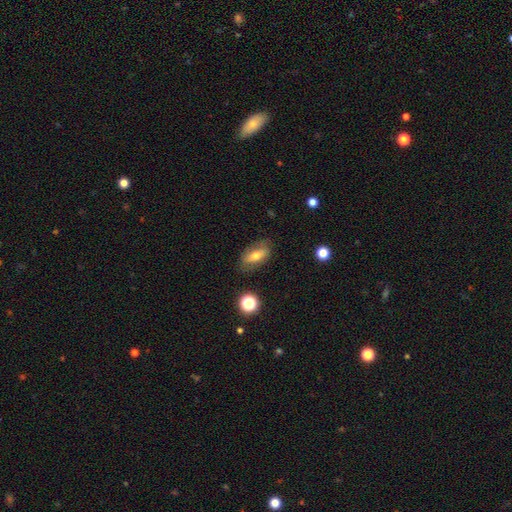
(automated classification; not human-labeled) Smooth or featured?
  - smooth: 58% *
  - featured or disk: 33%
  - star or artifact: 9%
How rounded?
  - in between: 78% *
  - cigar-shaped: 15%
  - round: 6%
Merging?
  - none: 76% *
  - minor disturbance: 16%
  - major disturbance: 6%
  - merger: 2%